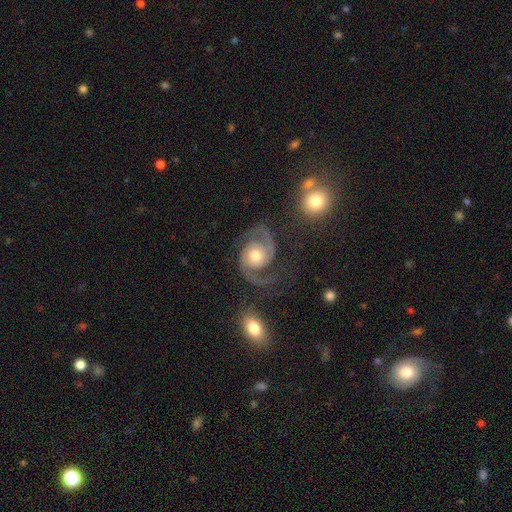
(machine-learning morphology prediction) A featured or disk galaxy (91%) with no bar (70%), 2 (94%) medium (58%) spiral arms (98%) and a moderate central bulge (66%). Merging: none (73%).